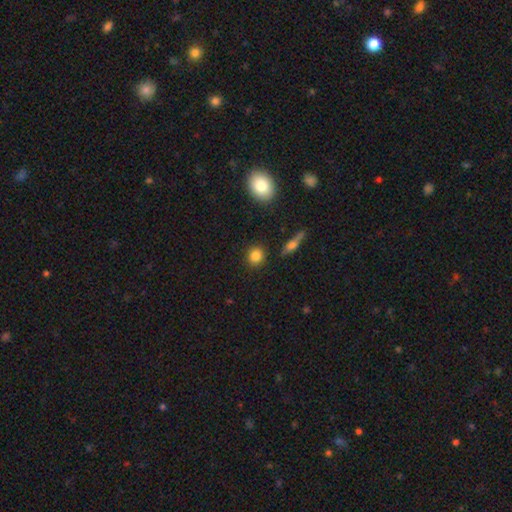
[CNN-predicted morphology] This appears to be a smooth galaxy with no disk features (84%) that is round (83%). Merging: none (89%).